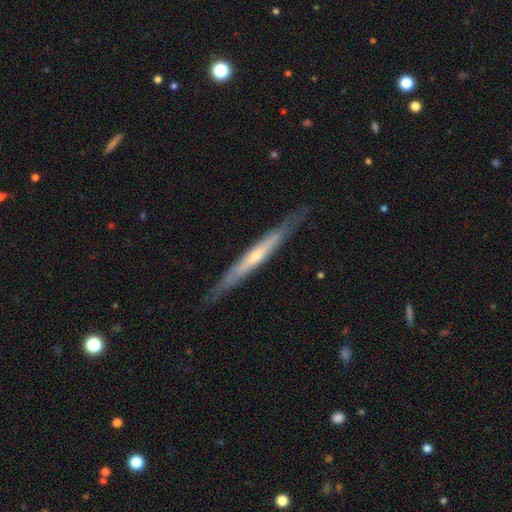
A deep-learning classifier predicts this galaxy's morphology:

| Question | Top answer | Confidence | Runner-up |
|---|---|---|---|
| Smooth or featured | featured or disk | 68% | smooth (27%) |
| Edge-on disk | yes | 90% | no (10%) |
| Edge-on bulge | rounded | 52% | none (43%) |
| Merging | none | 83% | minor disturbance (13%) |